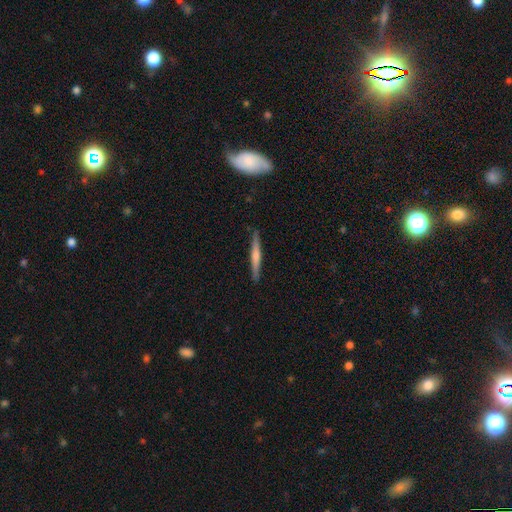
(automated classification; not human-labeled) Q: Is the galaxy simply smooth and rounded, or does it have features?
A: featured or disk — 62%.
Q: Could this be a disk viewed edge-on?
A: yes — 97%.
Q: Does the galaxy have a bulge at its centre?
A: rounded — 60%.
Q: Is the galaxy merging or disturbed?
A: none — 89%.